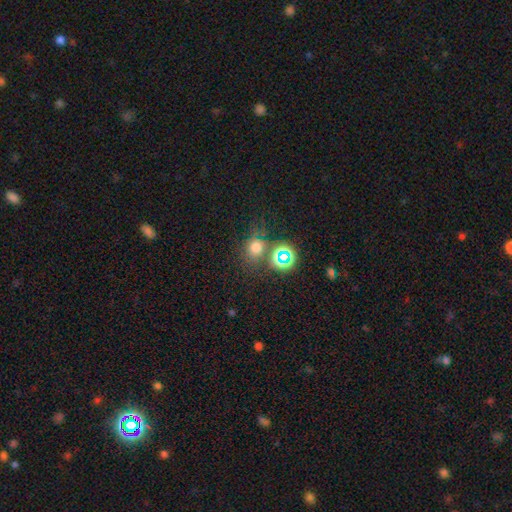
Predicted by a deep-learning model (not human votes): Smooth or featured: smooth — 57% (star or artifact — 32%)
How rounded: round — 74% (in between — 23%)
Merging: none — 56% (merger — 31%)